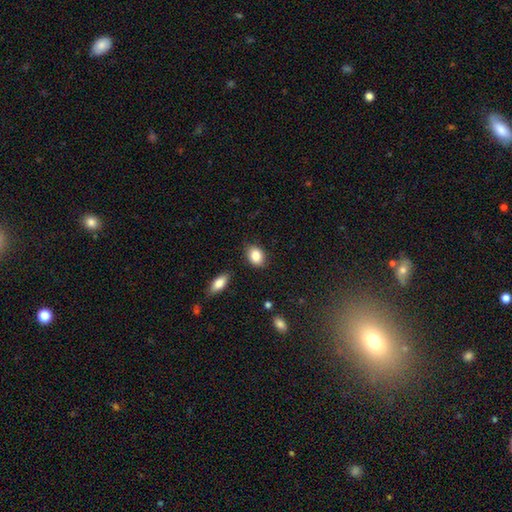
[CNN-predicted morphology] Smooth or featured? Predicted: smooth (p=0.86). How rounded? Predicted: in between (p=0.70). Merging? Predicted: none (p=0.83).